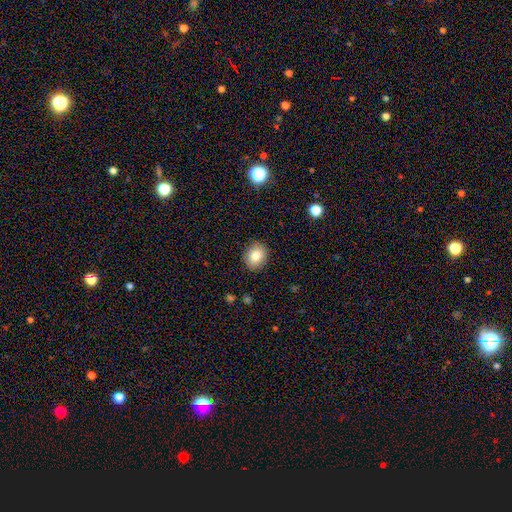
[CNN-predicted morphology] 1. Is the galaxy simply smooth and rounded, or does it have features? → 83% smooth, 9% star or artifact, 8% featured or disk.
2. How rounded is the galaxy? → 57% round, 42% in between, 1% cigar-shaped.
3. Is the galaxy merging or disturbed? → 89% none, 8% minor disturbance, 2% major disturbance, 1% merger.